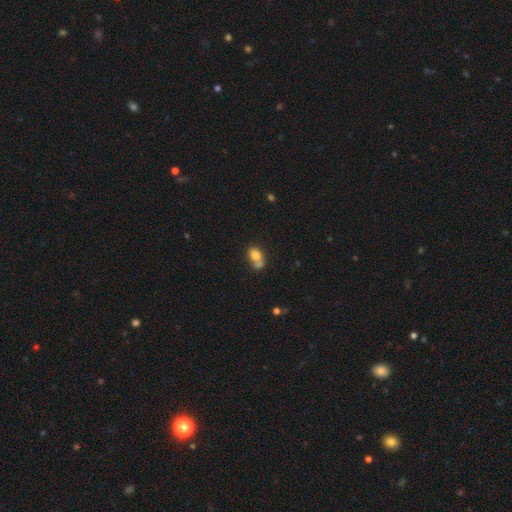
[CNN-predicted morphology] smooth_or_featured: smooth (p=0.78) [alt: featured or disk p=0.12]
how_rounded: in between (p=0.63) [alt: round p=0.35]
merging: merger (p=0.45) [alt: none p=0.33]